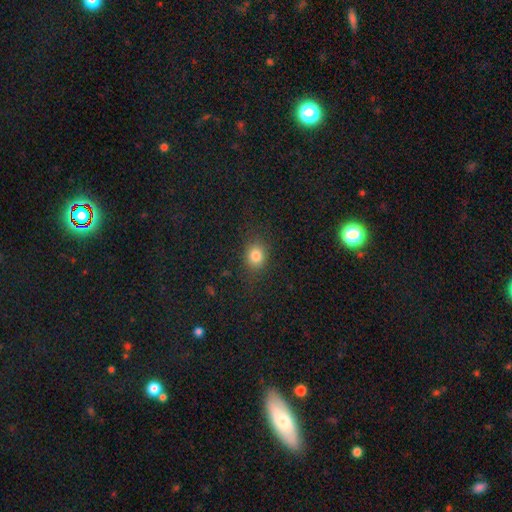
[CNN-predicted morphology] This is clearly a smooth galaxy (82%). How rounded: likely round (60%). Merging: clearly none (82%).